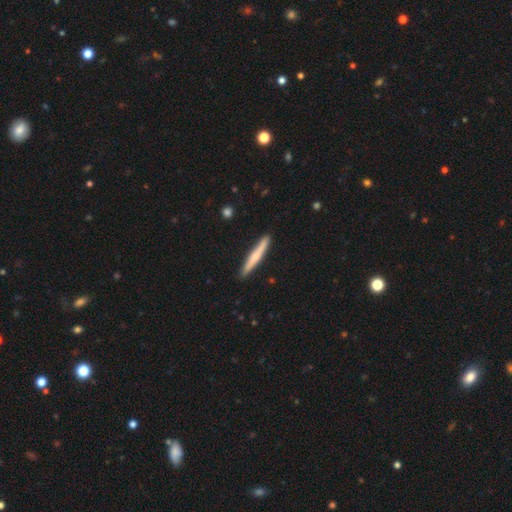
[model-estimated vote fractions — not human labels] Morphology: type=smooth (52%); roundness=cigar-shaped (95%); merging=none (90%).